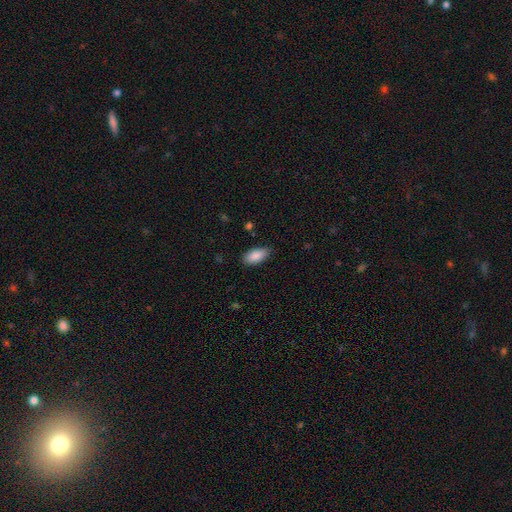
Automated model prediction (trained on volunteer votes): Q: Smooth or featured?
A: smooth (89%); runner-up: star or artifact (6%)
Q: How rounded?
A: in between (91%); runner-up: cigar-shaped (7%)
Q: Merging?
A: none (82%); runner-up: minor disturbance (14%)